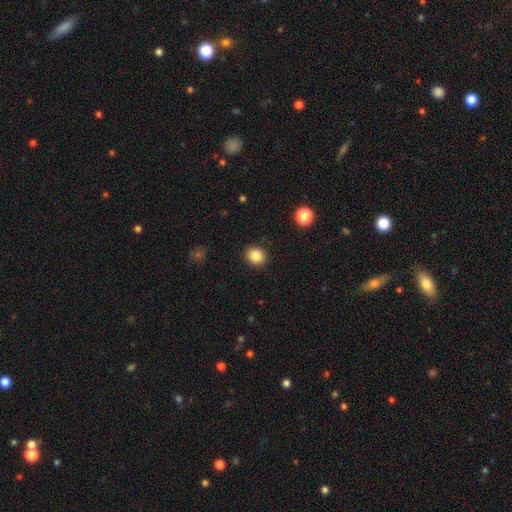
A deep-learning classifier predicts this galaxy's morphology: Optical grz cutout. It shows a smooth galaxy with no disk features (86%) that is round (76%). Merging: none (91%).